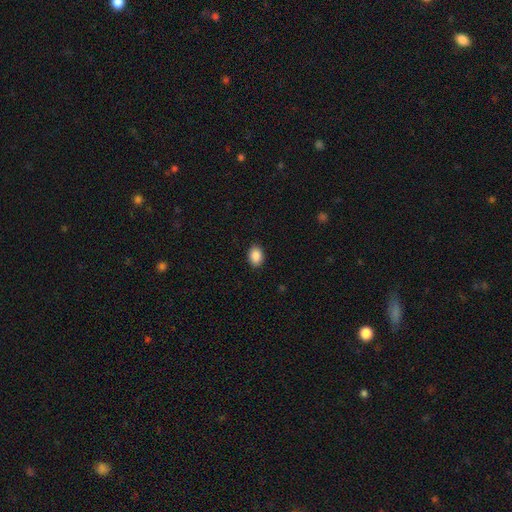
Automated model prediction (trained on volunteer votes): Smooth or featured?
  - smooth: 89% *
  - star or artifact: 8%
  - featured or disk: 3%
How rounded?
  - in between: 75% *
  - round: 24%
  - cigar-shaped: 1%
Merging?
  - none: 90% *
  - minor disturbance: 7%
  - major disturbance: 2%
  - merger: 1%